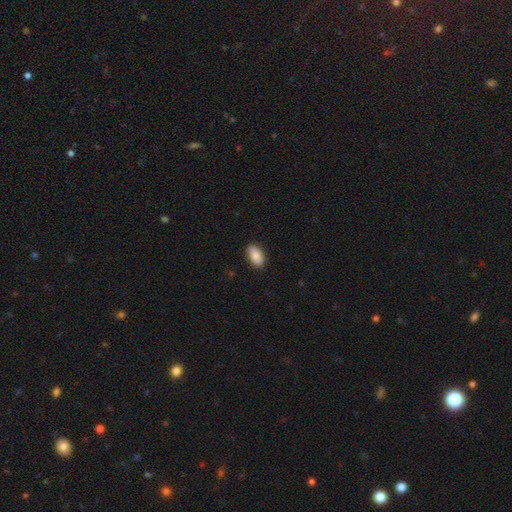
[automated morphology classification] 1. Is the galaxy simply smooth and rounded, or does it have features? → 84% smooth, 9% featured or disk, 7% star or artifact.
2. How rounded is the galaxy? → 93% in between, 4% round, 3% cigar-shaped.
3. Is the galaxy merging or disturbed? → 87% none, 10% minor disturbance, 2% major disturbance, 1% merger.